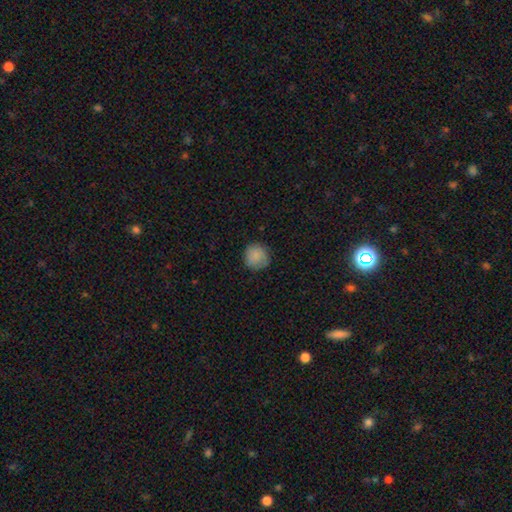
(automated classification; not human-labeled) Smooth or featured? smooth (84%)
How rounded? round (92%)
Merging? none (82%)